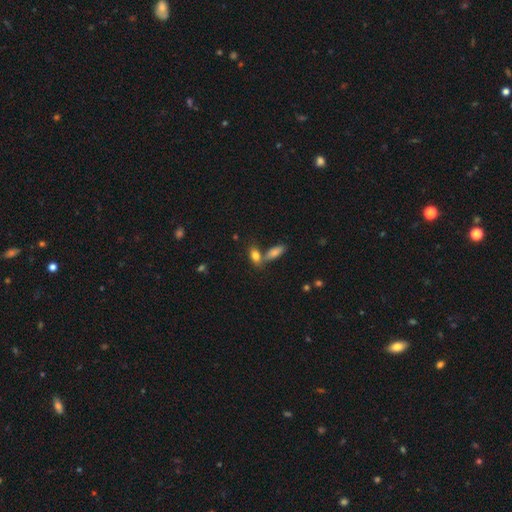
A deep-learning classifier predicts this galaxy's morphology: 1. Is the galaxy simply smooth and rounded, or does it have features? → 80% smooth, 11% featured or disk, 9% star or artifact.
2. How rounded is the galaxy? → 82% in between, 12% cigar-shaped, 7% round.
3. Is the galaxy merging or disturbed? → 48% none, 38% merger, 10% minor disturbance, 3% major disturbance.